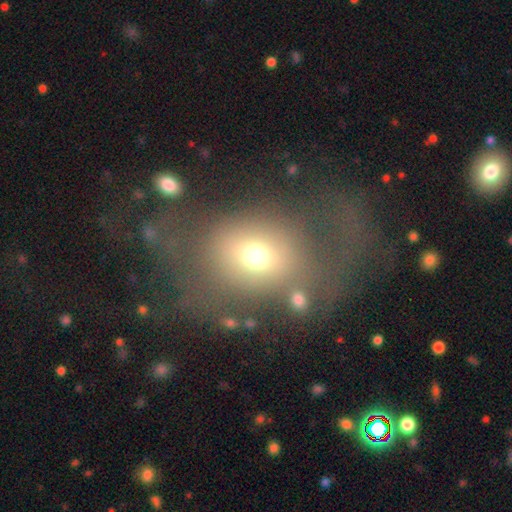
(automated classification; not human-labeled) Morphology: type=smooth (58%); roundness=round (52%); merging=major disturbance (40%).